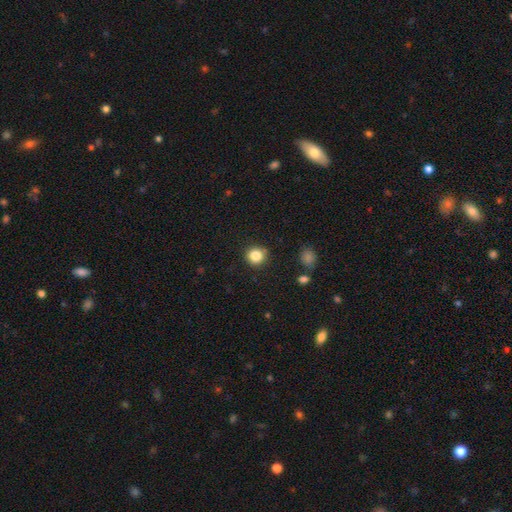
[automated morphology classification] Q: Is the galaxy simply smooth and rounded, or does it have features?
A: smooth — 85%.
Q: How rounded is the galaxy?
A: round — 92%.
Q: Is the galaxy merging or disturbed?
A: none — 89%.